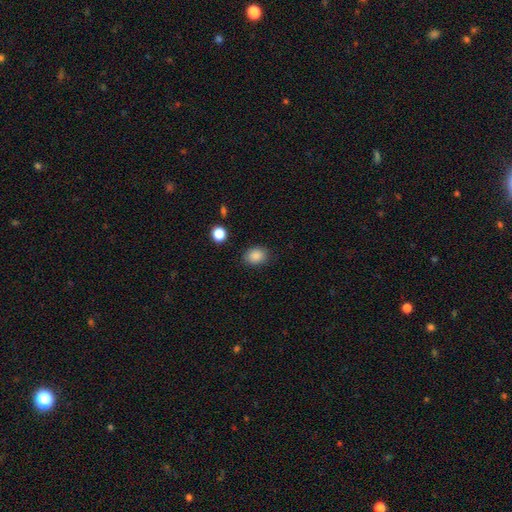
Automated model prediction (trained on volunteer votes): Overall: smooth (87%). How rounded: in between (57%; round 42%). Merging: none (85%).